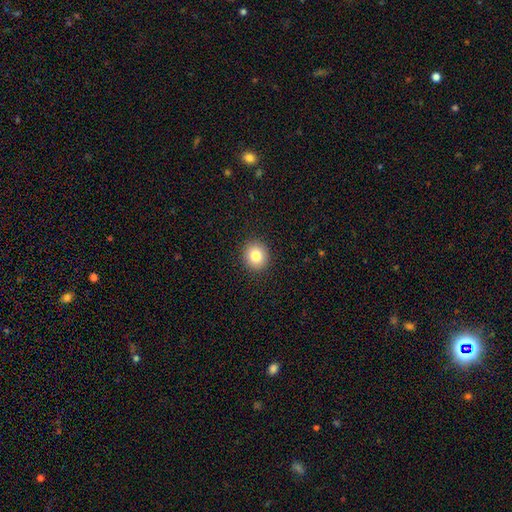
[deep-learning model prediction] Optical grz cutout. It shows a smooth galaxy with no disk features (83%) that is round (83%). Merging: none (92%).